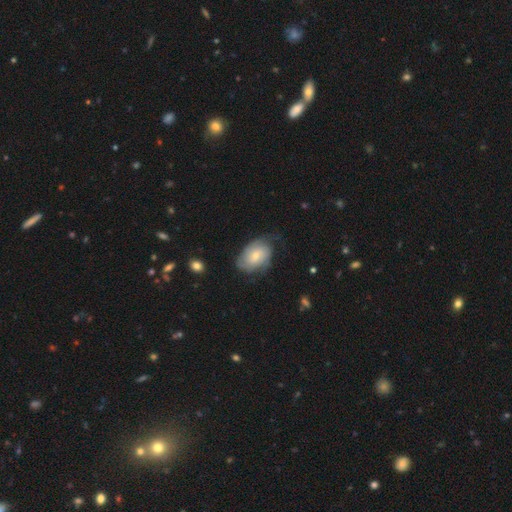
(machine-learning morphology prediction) type=featured or disk (55%); edge-on=no (96%); bar=no (74%); spiral arms=yes (82%); bulge=small (61%); merging=none (56%).